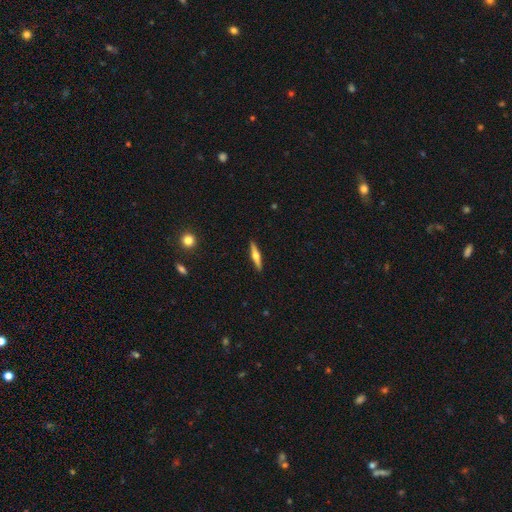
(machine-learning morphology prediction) Overall: featured or disk (63%; smooth 31%). Edge-on disk: yes (97%). Edge-on bulge: rounded (93%). Merging: none (91%).